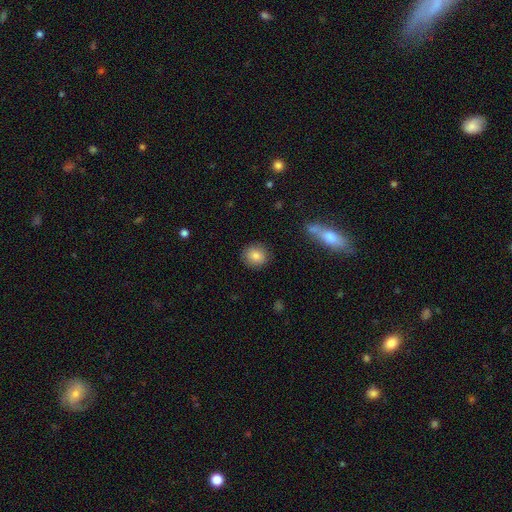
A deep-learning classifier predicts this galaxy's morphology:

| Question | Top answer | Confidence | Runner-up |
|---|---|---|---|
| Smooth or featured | smooth | 82% | featured or disk (9%) |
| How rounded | round | 84% | in between (14%) |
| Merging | none | 88% | minor disturbance (8%) |